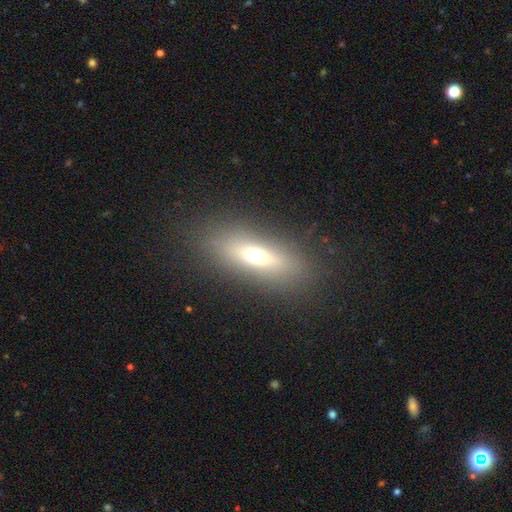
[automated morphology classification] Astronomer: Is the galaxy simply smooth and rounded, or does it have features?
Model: smooth — 58%.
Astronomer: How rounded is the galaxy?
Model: in between — 51% (runner-up: cigar-shaped, 45%).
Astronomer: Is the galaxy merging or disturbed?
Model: none — 85%.